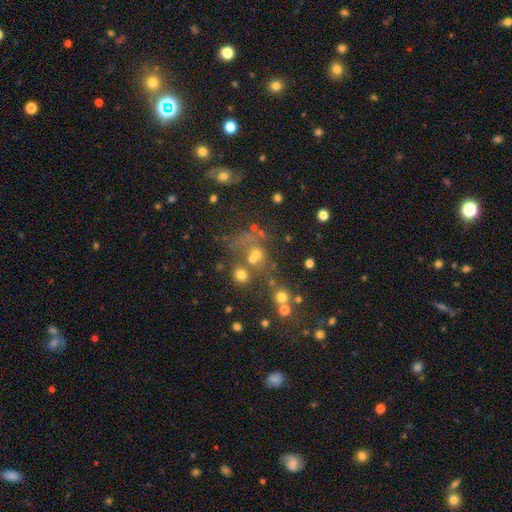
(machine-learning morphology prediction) This is possibly a smooth galaxy (53%). How rounded: likely round (72%). Merging: possibly none (45%).